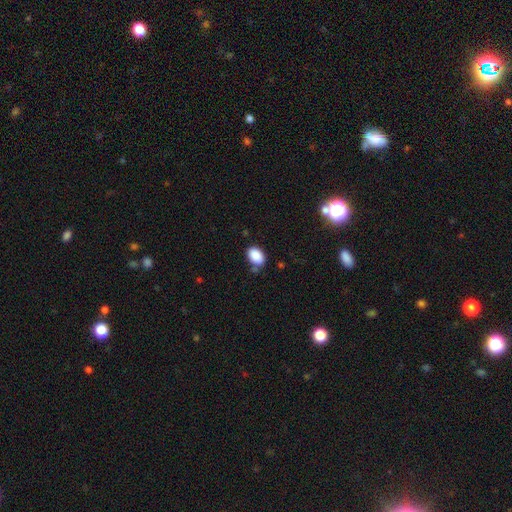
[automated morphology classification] type=smooth (89%); roundness=in between (89%); merging=none (75%).